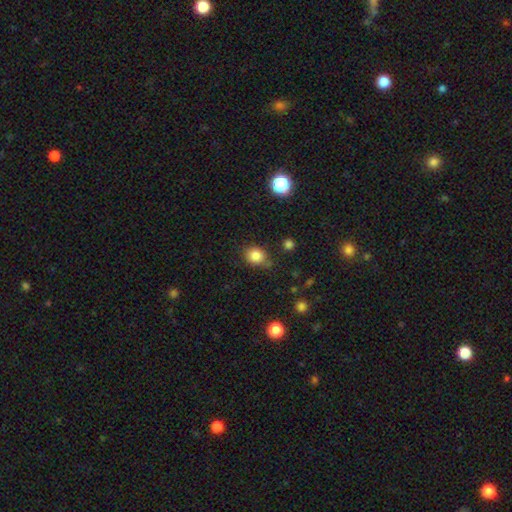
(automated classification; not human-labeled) smooth 84%, star or artifact 11%, featured or disk 5%. Down the decision tree: how rounded — round (70%); merging — none (76%).